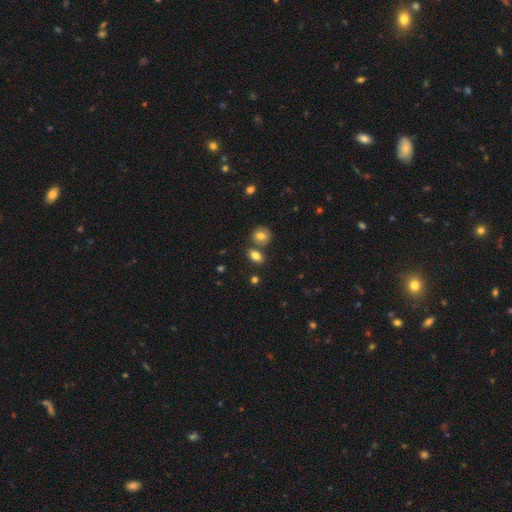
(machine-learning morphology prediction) Q: Smooth or featured?
A: smooth (81%); runner-up: star or artifact (10%)
Q: How rounded?
A: in between (78%); runner-up: round (18%)
Q: Merging?
A: none (64%); runner-up: merger (23%)